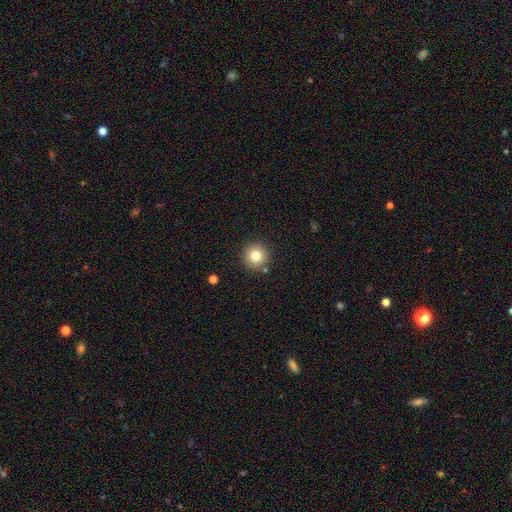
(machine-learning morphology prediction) Smooth or featured? Predicted: smooth (p=0.79). How rounded? Predicted: round (p=0.95). Merging? Predicted: none (p=0.88).